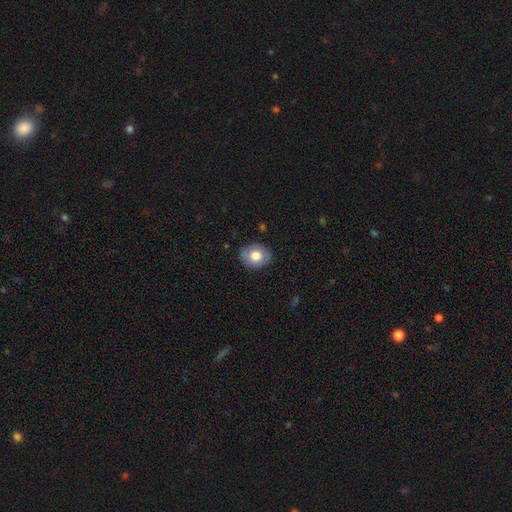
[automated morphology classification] smooth-or-featured: smooth: 76% | featured or disk: 17% | star or artifact: 8%
  how-rounded: round: 56% | in between: 44% | cigar-shaped: 1%
  merging: none: 86% | minor disturbance: 10% | major disturbance: 2% | merger: 1%